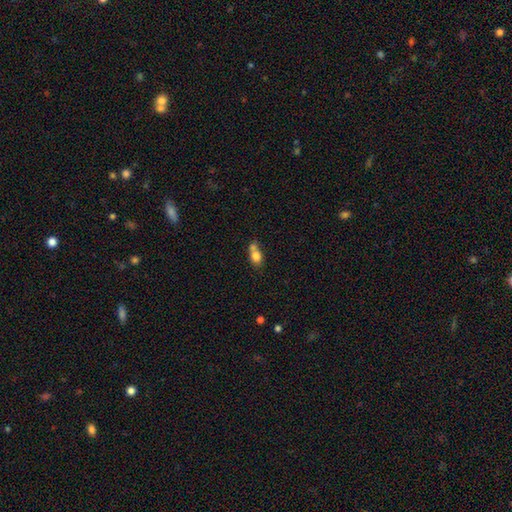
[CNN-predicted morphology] type=smooth (77%); roundness=in between (61%); merging=merger (54%).